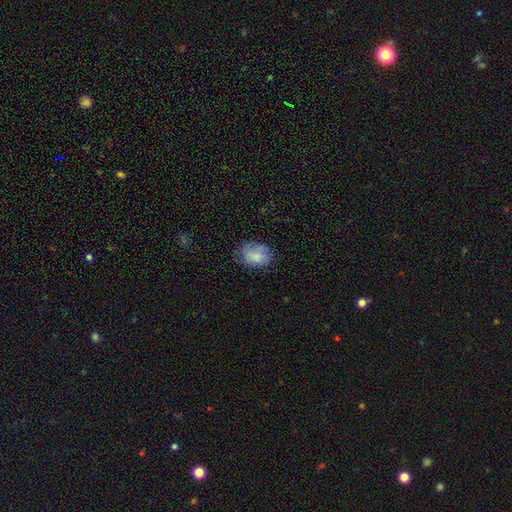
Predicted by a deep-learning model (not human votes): This appears to be a smooth galaxy with no disk features (78%) that is in between round and cigar-shaped (73%). Merging: none (67%).